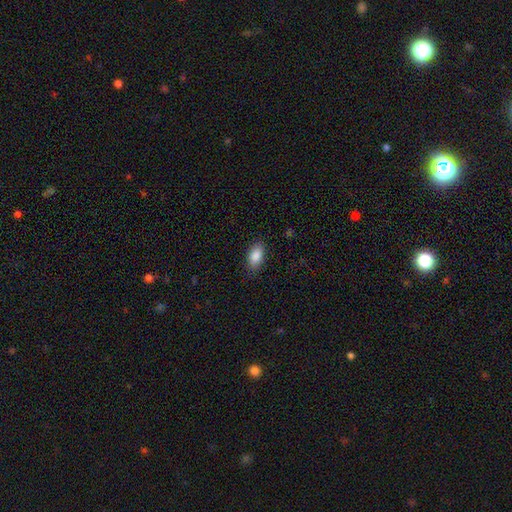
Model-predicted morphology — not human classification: Smooth or featured?
  - smooth: 88% *
  - star or artifact: 7%
  - featured or disk: 5%
How rounded?
  - in between: 92% *
  - cigar-shaped: 4%
  - round: 4%
Merging?
  - none: 85% *
  - minor disturbance: 11%
  - major disturbance: 3%
  - merger: 1%